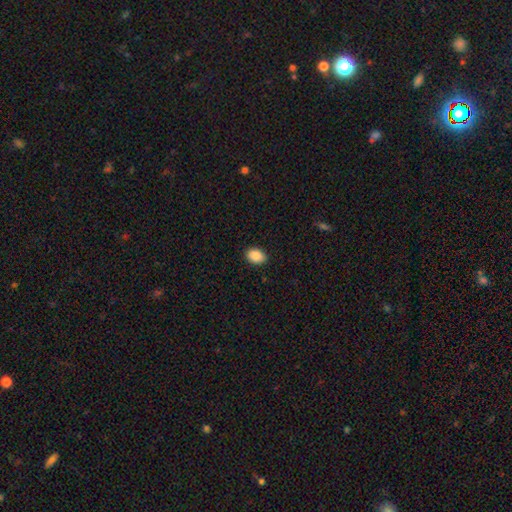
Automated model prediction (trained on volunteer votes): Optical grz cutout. It shows a smooth galaxy with no disk features (89%) that is in between round and cigar-shaped (78%). Merging: none (89%).